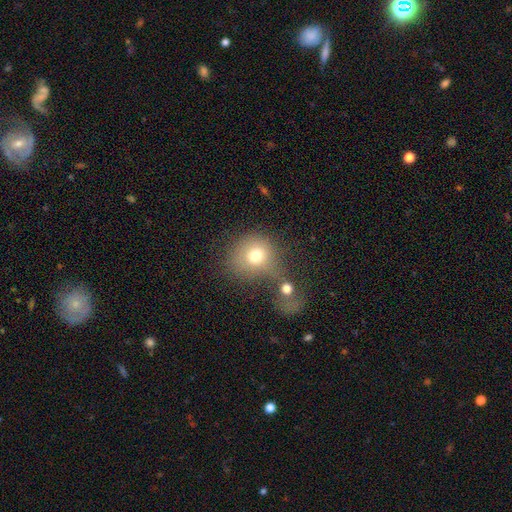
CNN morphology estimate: The model was most divided on "merging": none: 38%, merger: 34%, major disturbance: 14%, minor disturbance: 14%. More confident: how rounded — round (82%); smooth or featured — smooth (73%).